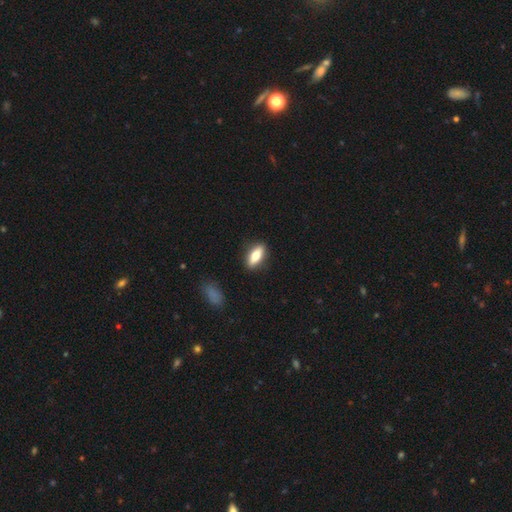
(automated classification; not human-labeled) Smooth or featured: smooth — 64% (featured or disk — 30%)
How rounded: in between — 68% (cigar-shaped — 28%)
Merging: none — 88% (minor disturbance — 8%)